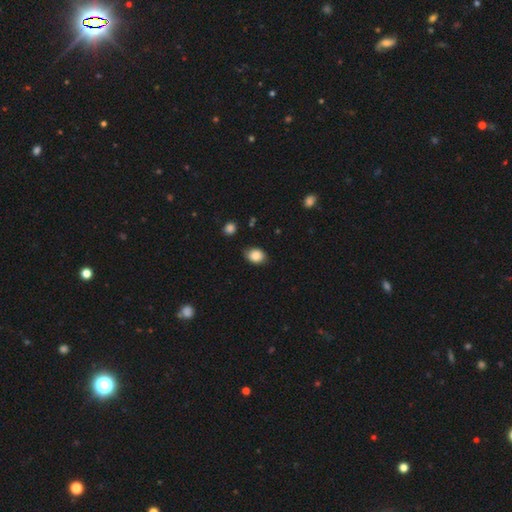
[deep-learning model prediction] Smooth or featured?
  - smooth: 87% *
  - star or artifact: 8%
  - featured or disk: 4%
How rounded?
  - in between: 64% *
  - round: 35%
  - cigar-shaped: 1%
Merging?
  - none: 83% *
  - minor disturbance: 13%
  - major disturbance: 3%
  - merger: 2%